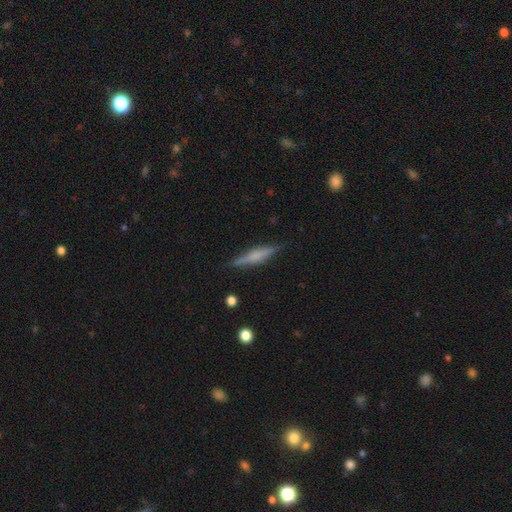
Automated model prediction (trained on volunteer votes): Overall: featured or disk (56%; smooth 36%). Edge-on disk: yes (97%). Edge-on bulge: rounded (54%; boxy 25%). Merging: none (87%).